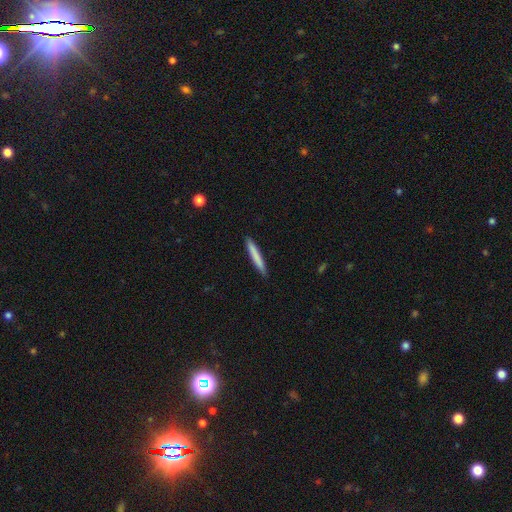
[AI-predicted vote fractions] The model was most divided on "smooth or featured": smooth: 78%, featured or disk: 17%, star or artifact: 5%. More confident: how rounded — cigar-shaped (96%); merging — none (91%).